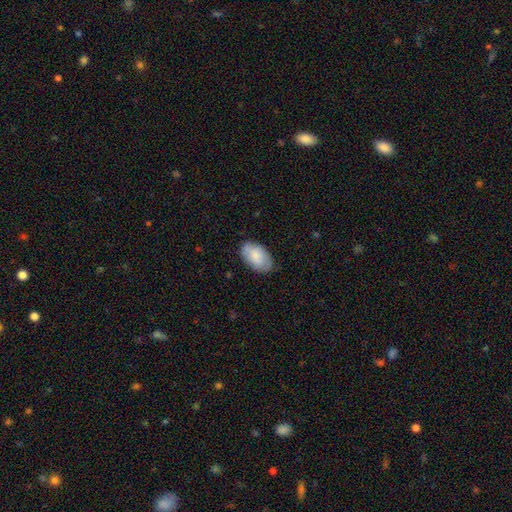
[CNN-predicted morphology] A smooth galaxy with no disk features (78%) that is in between round and cigar-shaped (94%). Merging: none (78%).